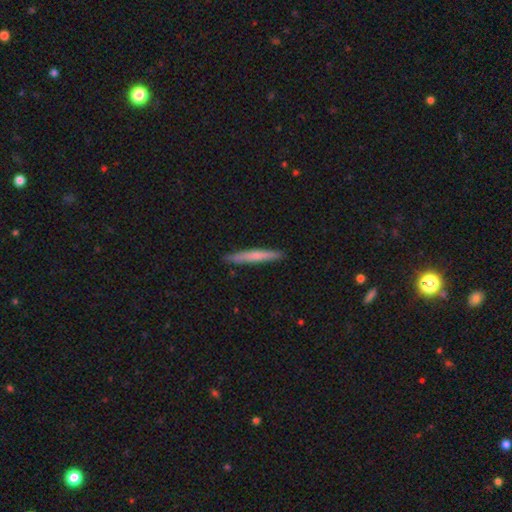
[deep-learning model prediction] Smooth or featured: smooth — 63% (featured or disk — 32%)
How rounded: cigar-shaped — 96% (in between — 3%)
Merging: none — 90% (minor disturbance — 8%)